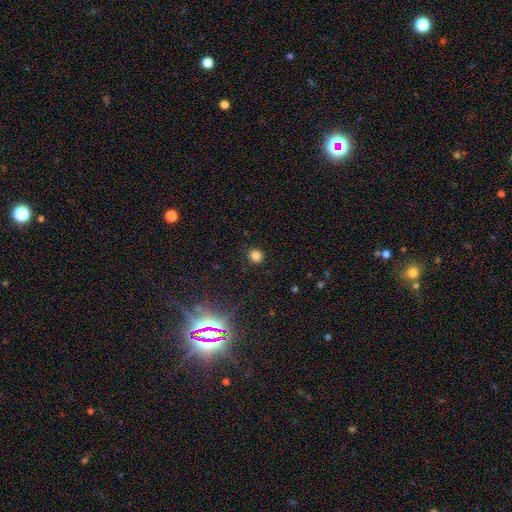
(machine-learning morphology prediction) Smooth or featured?
  - smooth: 81% *
  - star or artifact: 15%
  - featured or disk: 4%
How rounded?
  - round: 87% *
  - in between: 12%
  - cigar-shaped: 1%
Merging?
  - none: 90% *
  - minor disturbance: 7%
  - major disturbance: 2%
  - merger: 1%